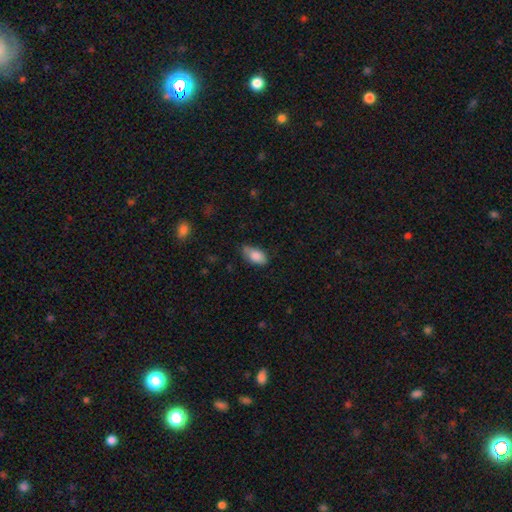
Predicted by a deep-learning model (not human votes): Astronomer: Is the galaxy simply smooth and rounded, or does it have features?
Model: smooth — 84%.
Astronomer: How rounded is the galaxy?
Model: in between — 92%.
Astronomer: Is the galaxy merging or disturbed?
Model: none — 66%.